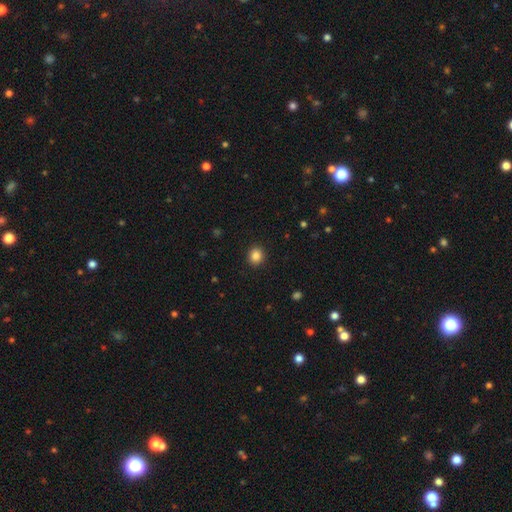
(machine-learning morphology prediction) smooth_or_featured: smooth (p=0.85) [alt: star or artifact p=0.11]
how_rounded: round (p=0.82) [alt: in between p=0.17]
merging: none (p=0.91) [alt: minor disturbance p=0.06]